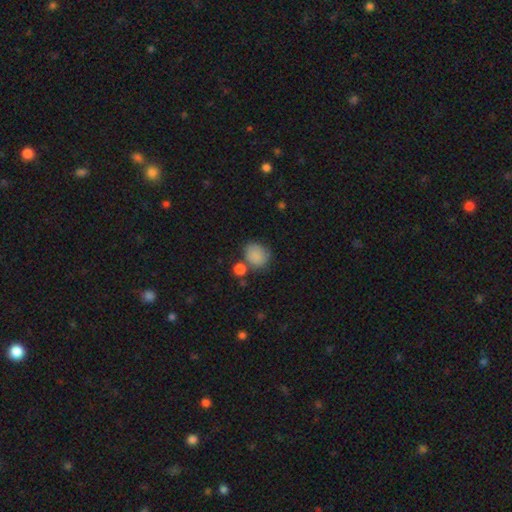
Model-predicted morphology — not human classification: type=smooth (83%); roundness=round (69%); merging=none (60%).